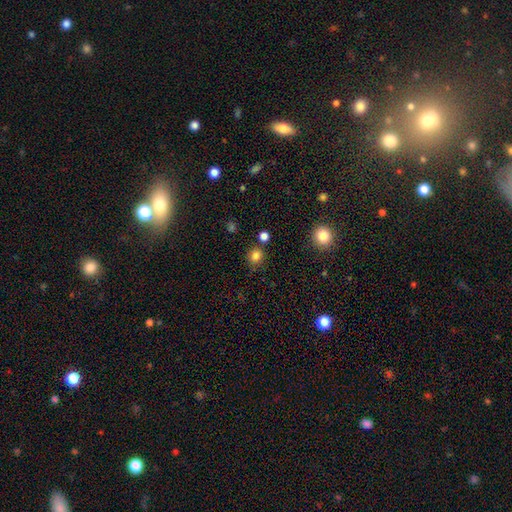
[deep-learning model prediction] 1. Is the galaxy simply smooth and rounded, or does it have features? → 82% smooth, 13% star or artifact, 4% featured or disk.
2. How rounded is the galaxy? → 83% round, 16% in between, 1% cigar-shaped.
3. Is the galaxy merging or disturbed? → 82% none, 9% minor disturbance, 6% merger, 3% major disturbance.